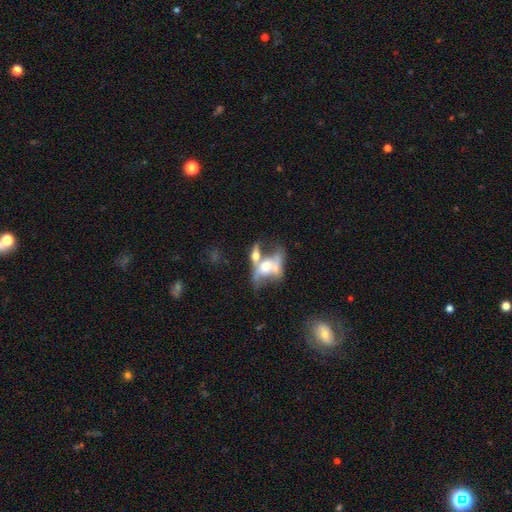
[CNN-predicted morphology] Overall: featured or disk (58%; smooth 32%). Edge-on disk: no (85%). Merging: merger (58%; major disturbance 18%).